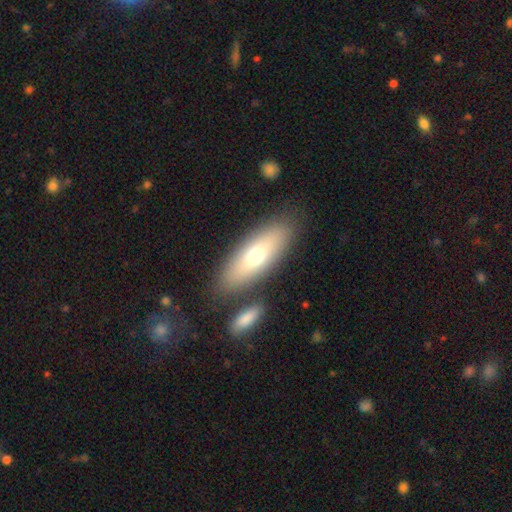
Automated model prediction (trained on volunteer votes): Smooth or featured? smooth (65%)
How rounded? in between (65%)
Merging? none (79%)